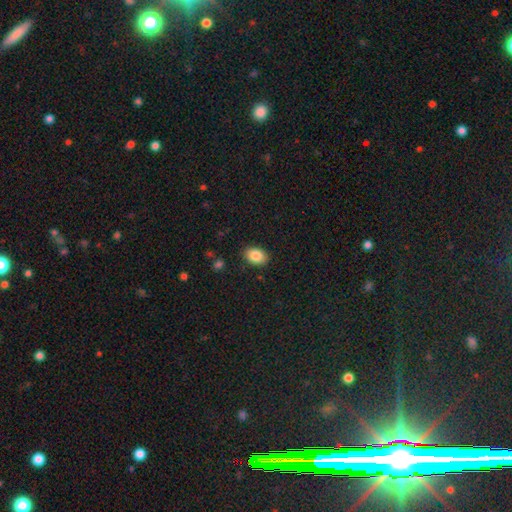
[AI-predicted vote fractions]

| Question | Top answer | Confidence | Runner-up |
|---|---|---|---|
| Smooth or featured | smooth | 86% | star or artifact (8%) |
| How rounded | in between | 83% | round (16%) |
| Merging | none | 88% | minor disturbance (9%) |